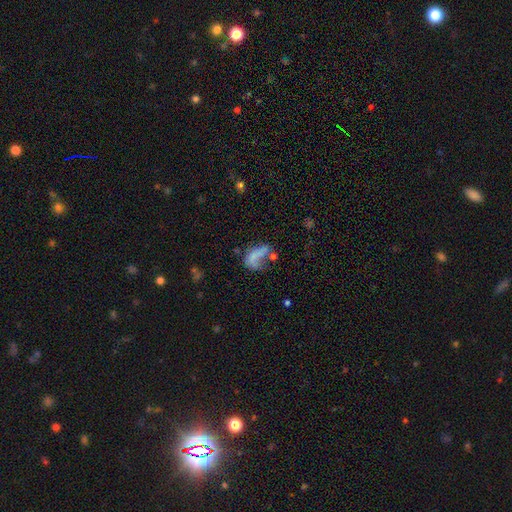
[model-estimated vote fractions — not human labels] smooth_or_featured: smooth (p=0.57) [alt: featured or disk p=0.30]
how_rounded: in between (p=0.80) [alt: round p=0.10]
merging: major disturbance (p=0.38) [alt: none p=0.24]